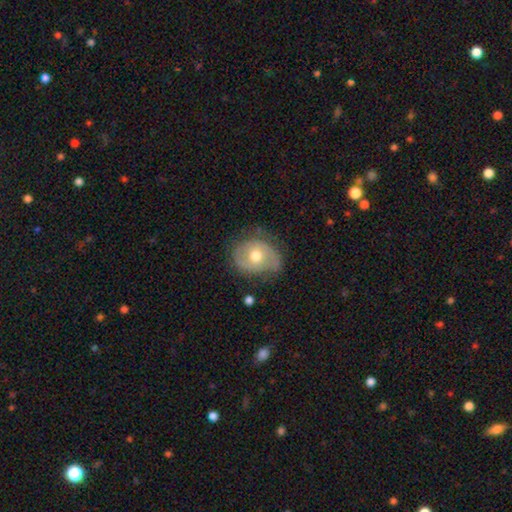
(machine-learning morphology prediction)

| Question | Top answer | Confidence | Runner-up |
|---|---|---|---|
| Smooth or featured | featured or disk | 50% | smooth (42%) |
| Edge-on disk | no | 95% | yes (5%) |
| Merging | none | 59% | minor disturbance (29%) |